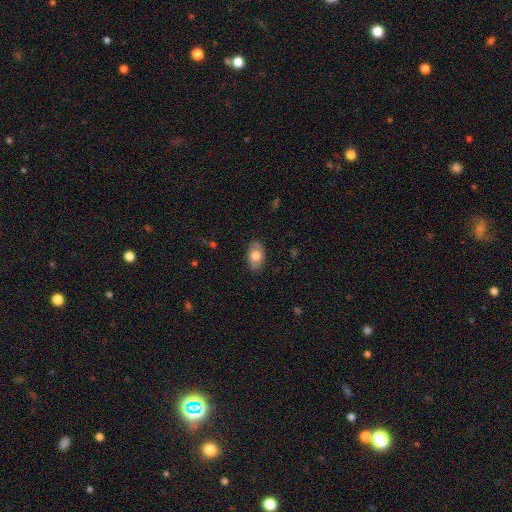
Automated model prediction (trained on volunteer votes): smooth-or-featured: smooth: 73% | featured or disk: 20% | star or artifact: 7%
  how-rounded: in between: 91% | round: 8% | cigar-shaped: 2%
  merging: none: 84% | minor disturbance: 13% | major disturbance: 3% | merger: 1%